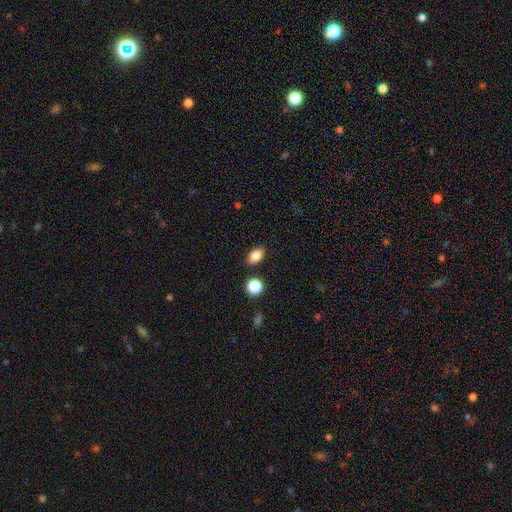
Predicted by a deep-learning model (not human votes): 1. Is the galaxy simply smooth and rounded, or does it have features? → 84% smooth, 9% star or artifact, 6% featured or disk.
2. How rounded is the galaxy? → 86% in between, 11% round, 3% cigar-shaped.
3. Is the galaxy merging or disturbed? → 86% none, 9% minor disturbance, 3% merger, 2% major disturbance.